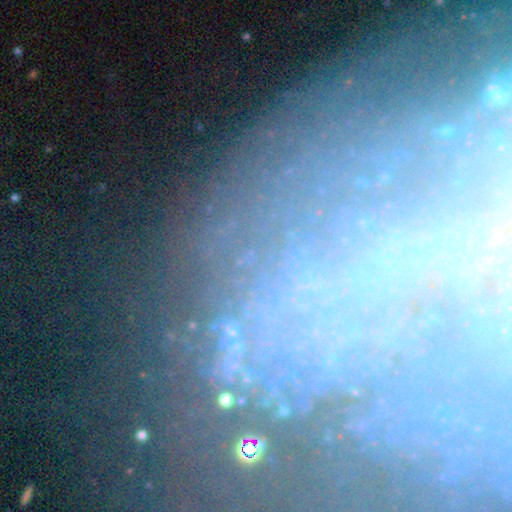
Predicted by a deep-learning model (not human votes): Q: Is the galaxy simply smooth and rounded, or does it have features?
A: featured or disk — 46%.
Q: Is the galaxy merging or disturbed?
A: none — 72%.